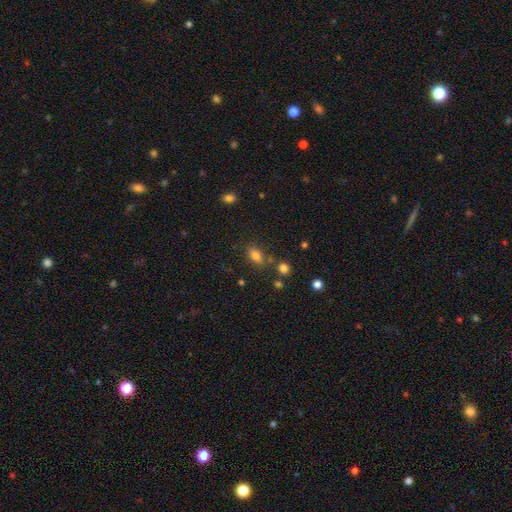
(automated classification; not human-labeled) This is likely a smooth galaxy (80%). How rounded: clearly in between (82%). Merging: likely none (72%).